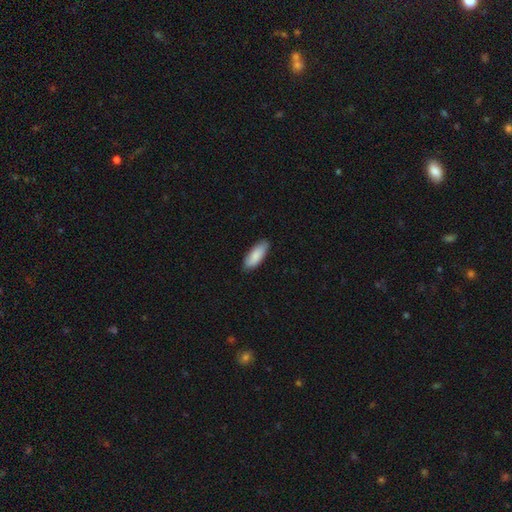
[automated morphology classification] smooth-or-featured: smooth: 87% | featured or disk: 8% | star or artifact: 5%
  how-rounded: in between: 75% | cigar-shaped: 23% | round: 1%
  merging: none: 85% | minor disturbance: 12% | major disturbance: 2% | merger: 1%